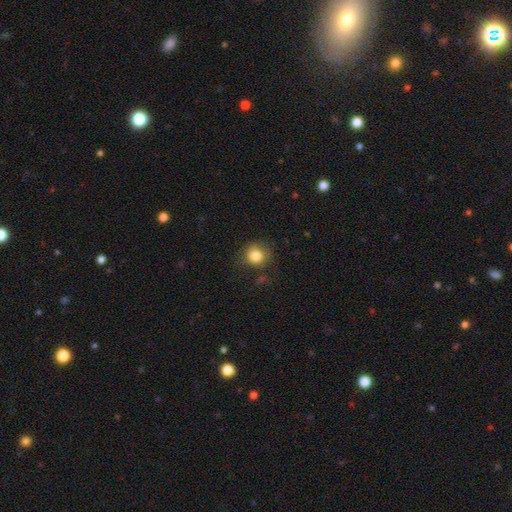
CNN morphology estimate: A smooth galaxy with no disk features (83%) that is round (83%).

Vote fractions:
- Smooth or featured? smooth: 83% / star or artifact: 10% / featured or disk: 7%
- How rounded? round: 83% / in between: 16% / cigar-shaped: 1%
- Merging? none: 68% / minor disturbance: 22% / major disturbance: 8% / merger: 2%